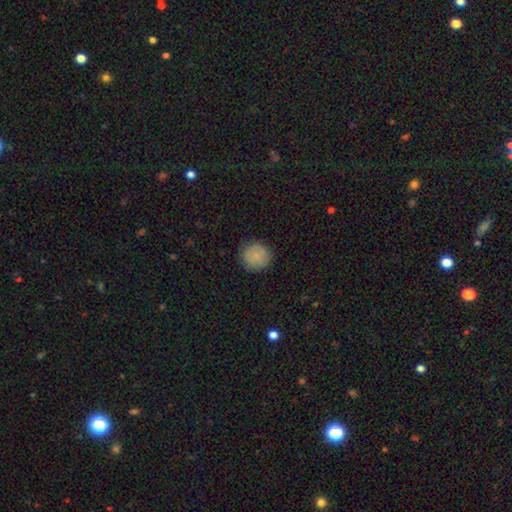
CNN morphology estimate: smooth-or-featured: smooth: 86% | star or artifact: 8% | featured or disk: 6%
  how-rounded: round: 93% | in between: 6% | cigar-shaped: 1%
  merging: none: 88% | minor disturbance: 9% | major disturbance: 2% | merger: 1%